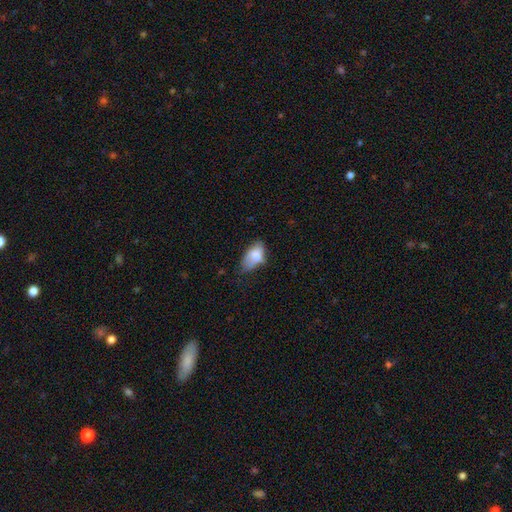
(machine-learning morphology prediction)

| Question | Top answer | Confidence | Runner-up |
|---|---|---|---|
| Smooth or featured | smooth | 69% | featured or disk (23%) |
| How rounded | in between | 91% | round (7%) |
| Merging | minor disturbance | 39% | none (37%) |